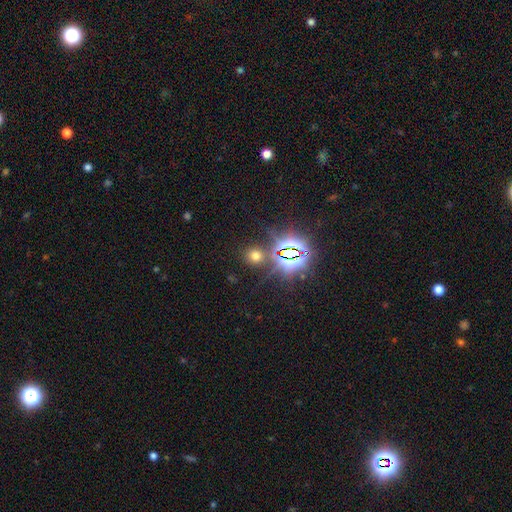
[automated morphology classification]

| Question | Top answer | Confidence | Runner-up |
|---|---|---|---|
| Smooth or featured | smooth | 53% | star or artifact (39%) |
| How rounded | round | 82% | in between (17%) |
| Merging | none | 82% | minor disturbance (8%) |